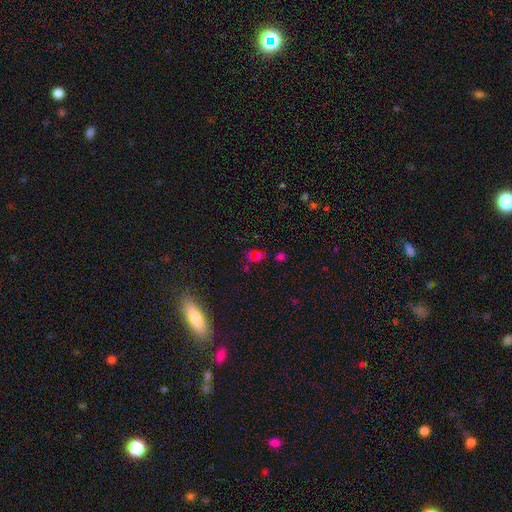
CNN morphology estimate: Smooth or featured? Predicted: star or artifact (p=0.46).